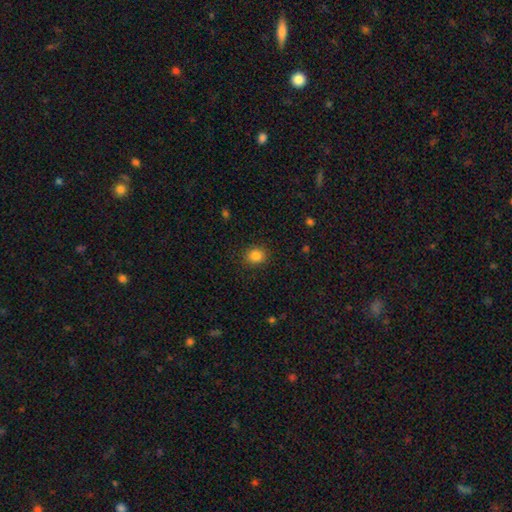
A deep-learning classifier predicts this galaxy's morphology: The model was most divided on "how rounded": round: 69%, in between: 30%, cigar-shaped: 1%. More confident: merging — none (88%); smooth or featured — smooth (85%).